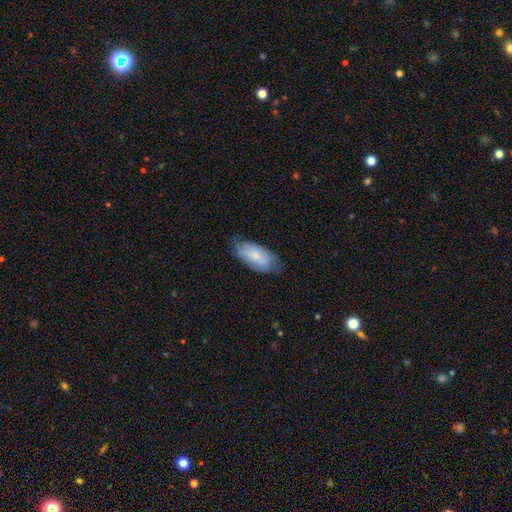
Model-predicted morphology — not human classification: Q: Smooth or featured?
A: smooth (66%); runner-up: featured or disk (28%)
Q: How rounded?
A: in between (91%); runner-up: cigar-shaped (7%)
Q: Merging?
A: none (64%); runner-up: minor disturbance (29%)